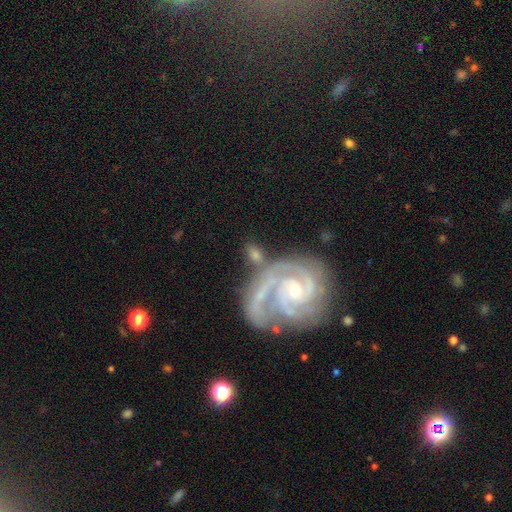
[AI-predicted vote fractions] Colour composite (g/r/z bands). It shows a featured or disk galaxy (83%) with no bar (52%), 2 (53%) tight (60%) spiral arms (97%) and a small central bulge (70%). Merging: none (47%).